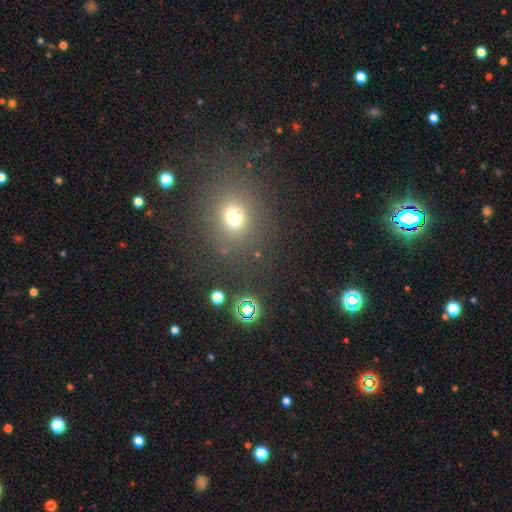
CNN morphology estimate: Smooth or featured?
  - smooth: 52% *
  - star or artifact: 39%
  - featured or disk: 9%
How rounded?
  - round: 70% *
  - in between: 29%
  - cigar-shaped: 2%
Merging?
  - none: 86% *
  - minor disturbance: 8%
  - major disturbance: 4%
  - merger: 3%